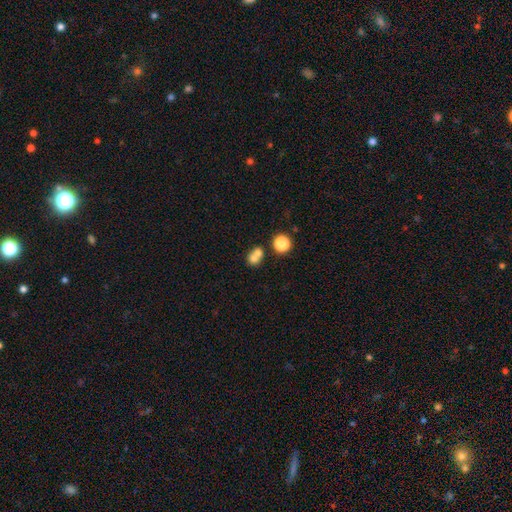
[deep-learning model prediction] A smooth galaxy with no disk features (69%) that is round (73%). Merging: merger (59%).